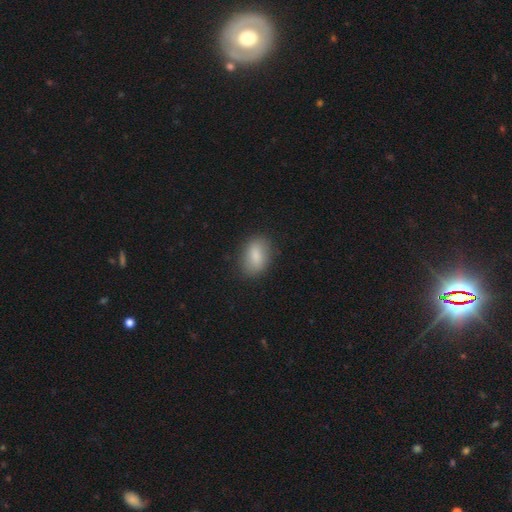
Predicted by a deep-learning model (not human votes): A smooth galaxy with no disk features (83%) that is in between round and cigar-shaped (82%).

Vote fractions:
- Smooth or featured? smooth: 83% / featured or disk: 10% / star or artifact: 7%
- How rounded? in between: 82% / round: 16% / cigar-shaped: 2%
- Merging? none: 83% / minor disturbance: 12% / major disturbance: 3% / merger: 1%